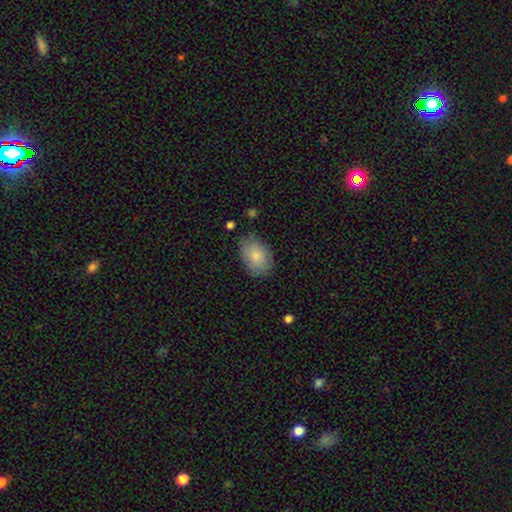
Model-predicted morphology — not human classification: smooth-or-featured: smooth: 82% | featured or disk: 12% | star or artifact: 7%
  how-rounded: in between: 83% | round: 16% | cigar-shaped: 1%
  merging: none: 74% | minor disturbance: 20% | major disturbance: 4% | merger: 2%